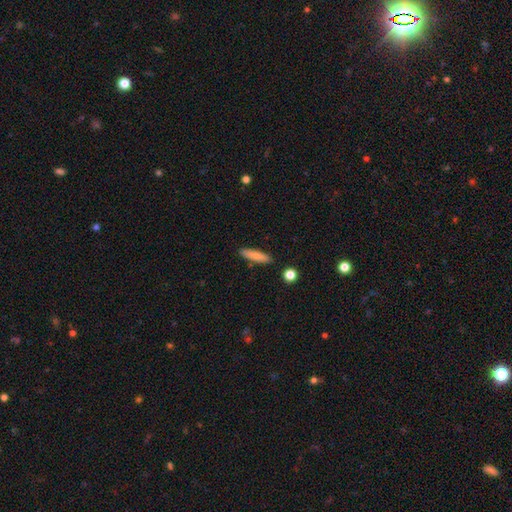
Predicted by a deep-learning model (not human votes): Smooth or featured? smooth (80%)
How rounded? cigar-shaped (79%)
Merging? none (87%)